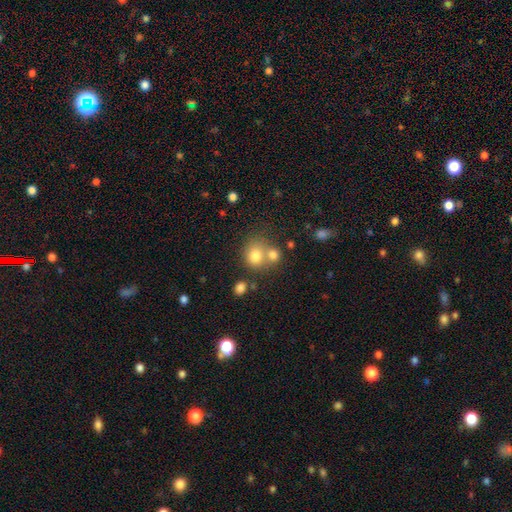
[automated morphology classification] Smooth or featured?
  - smooth: 77% *
  - star or artifact: 12%
  - featured or disk: 12%
How rounded?
  - round: 68% *
  - in between: 31%
  - cigar-shaped: 1%
Merging?
  - merger: 43% *
  - none: 42%
  - minor disturbance: 10%
  - major disturbance: 5%